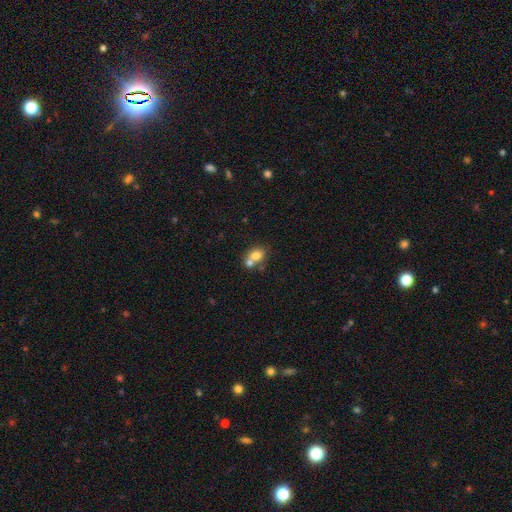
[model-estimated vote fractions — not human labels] Morphology: type=smooth (75%); roundness=round (56%); merging=merger (53%).